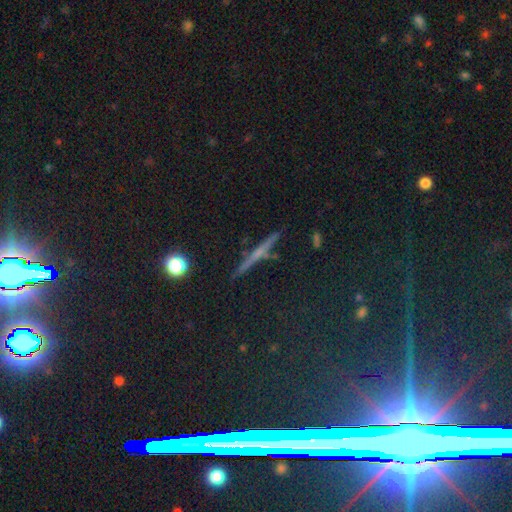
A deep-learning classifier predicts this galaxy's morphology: Q: Smooth or featured?
A: featured or disk (45%); runner-up: smooth (29%)
Q: Merging?
A: none (89%); runner-up: minor disturbance (7%)